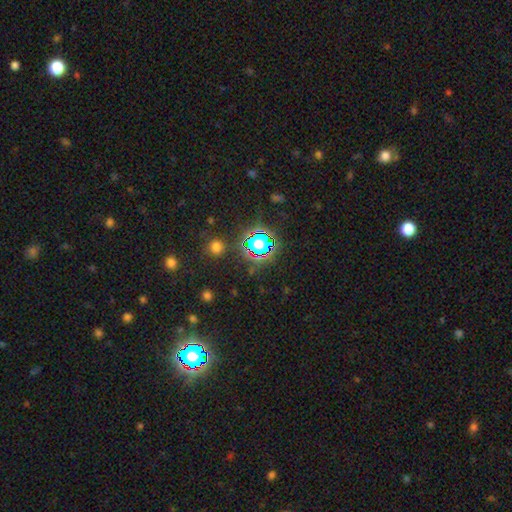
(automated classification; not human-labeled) Overall: star or artifact (77%).